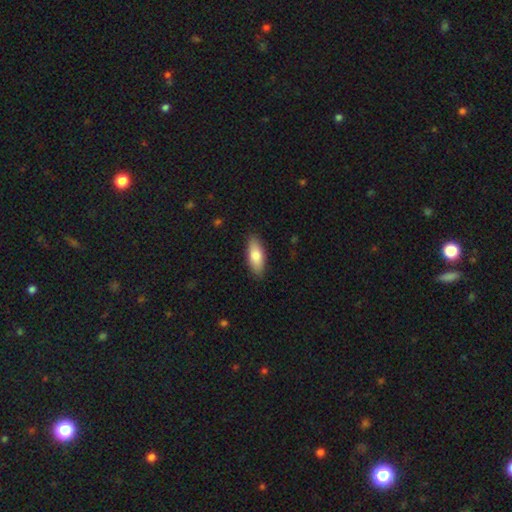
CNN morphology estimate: Smooth or featured? Predicted: smooth (p=0.79). How rounded? Predicted: in between (p=0.75). Merging? Predicted: none (p=0.87).